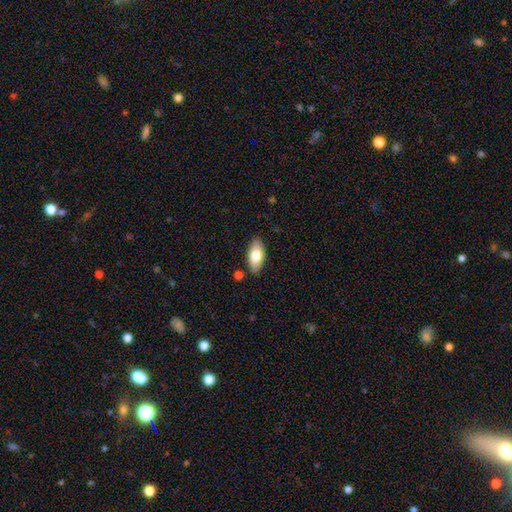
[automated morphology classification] type=smooth (77%); roundness=in between (89%); merging=none (85%).